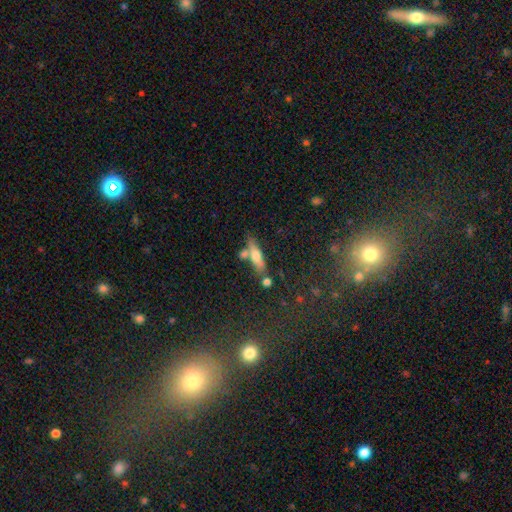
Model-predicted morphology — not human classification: Smooth or featured: smooth — 59% (featured or disk — 32%)
How rounded: cigar-shaped — 62% (in between — 34%)
Merging: none — 56% (merger — 23%)